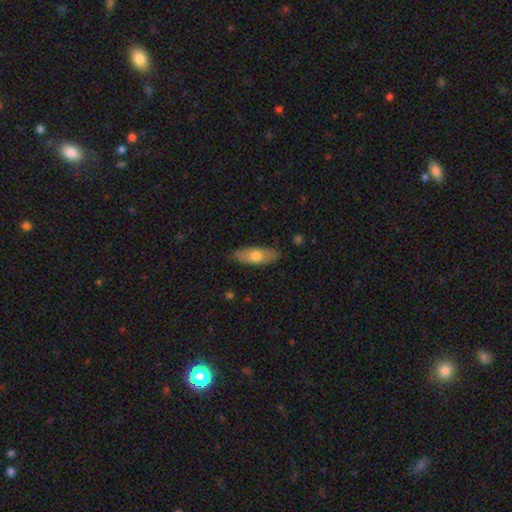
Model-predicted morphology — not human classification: Overall: smooth (66%; featured or disk 28%). How rounded: in between (67%; cigar-shaped 31%). Merging: none (84%).